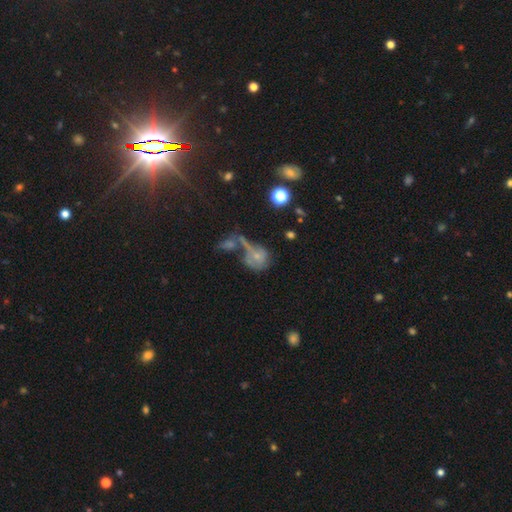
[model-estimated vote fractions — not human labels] Smooth or featured: smooth — 49% (featured or disk — 35%)
Merging: merger — 36% (none — 29%)